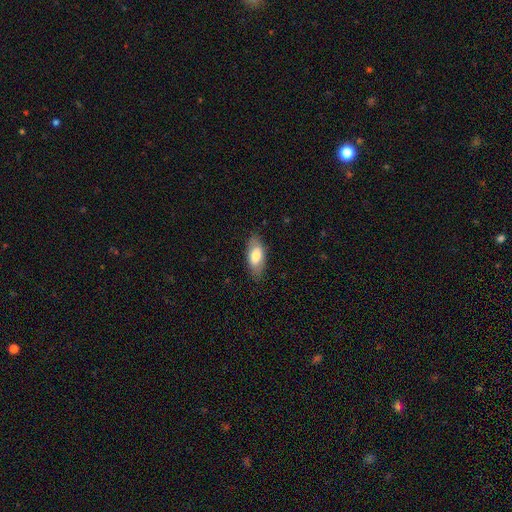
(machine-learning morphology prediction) Smooth or featured?
  - smooth: 74% *
  - featured or disk: 20%
  - star or artifact: 6%
How rounded?
  - in between: 88% *
  - cigar-shaped: 10%
  - round: 3%
Merging?
  - none: 82% *
  - minor disturbance: 14%
  - major disturbance: 3%
  - merger: 1%